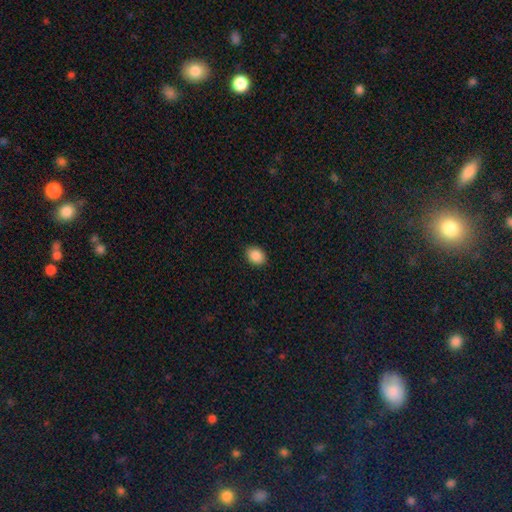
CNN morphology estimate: smooth_or_featured: smooth (p=0.88) [alt: star or artifact p=0.08]
how_rounded: in between (p=0.66) [alt: round p=0.33]
merging: none (p=0.89) [alt: minor disturbance p=0.08]